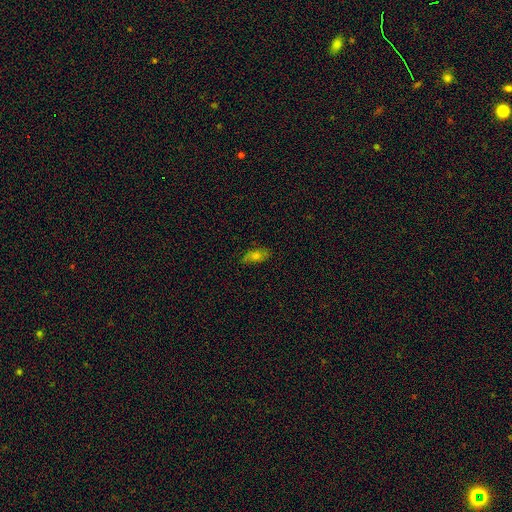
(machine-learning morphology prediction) Smooth or featured?
  - smooth: 62% *
  - featured or disk: 23%
  - star or artifact: 15%
How rounded?
  - in between: 81% *
  - cigar-shaped: 12%
  - round: 7%
Merging?
  - none: 79% *
  - minor disturbance: 17%
  - major disturbance: 3%
  - merger: 1%